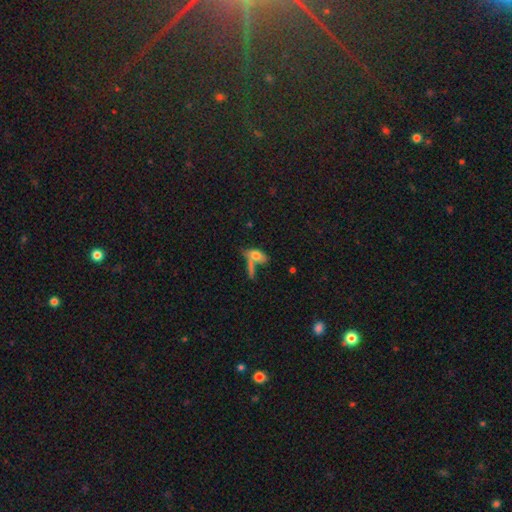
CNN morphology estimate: This is likely a smooth galaxy (66%). How rounded: likely in between (77%). Merging: marginally none (39%).